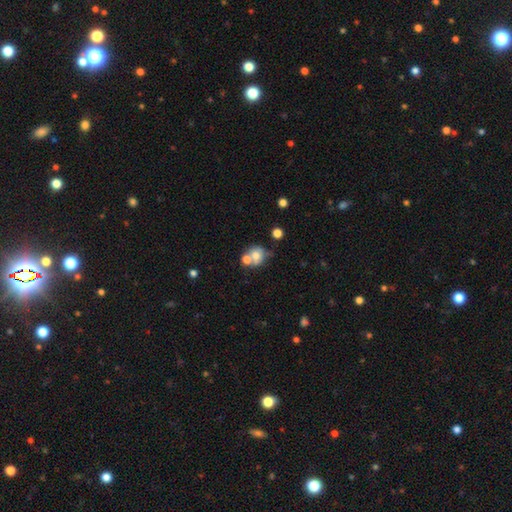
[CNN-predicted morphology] Smooth or featured?
  - smooth: 63% *
  - featured or disk: 26%
  - star or artifact: 11%
How rounded?
  - round: 70% *
  - in between: 29%
  - cigar-shaped: 1%
Merging?
  - merger: 45% *
  - none: 37%
  - minor disturbance: 12%
  - major disturbance: 6%